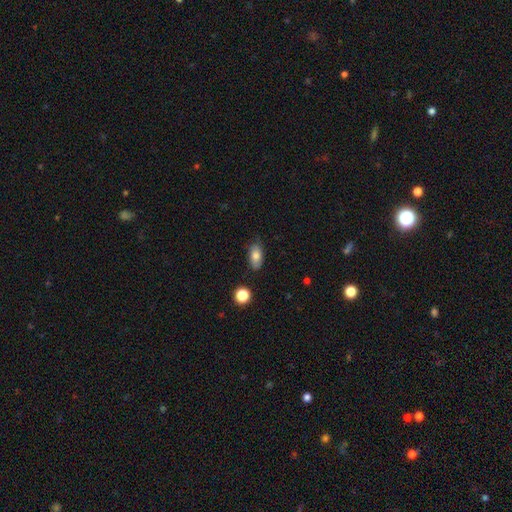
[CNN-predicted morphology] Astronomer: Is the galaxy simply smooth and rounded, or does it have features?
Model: smooth — 79%.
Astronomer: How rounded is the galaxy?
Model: in between — 89%.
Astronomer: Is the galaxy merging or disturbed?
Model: none — 79%.